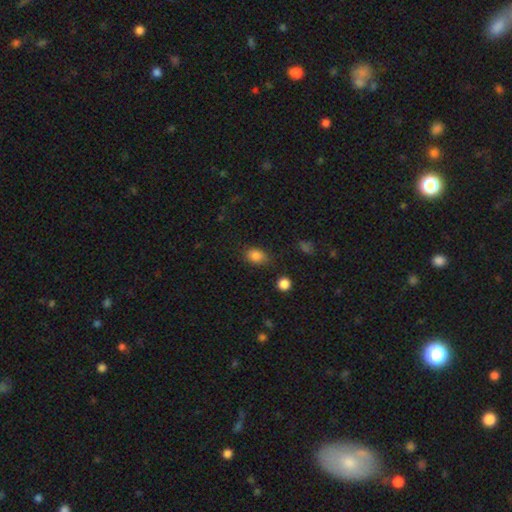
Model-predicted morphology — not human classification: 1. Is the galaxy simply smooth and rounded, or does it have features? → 84% smooth, 11% star or artifact, 6% featured or disk.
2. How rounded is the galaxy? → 66% in between, 33% round, 1% cigar-shaped.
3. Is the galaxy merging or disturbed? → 76% none, 17% minor disturbance, 4% major disturbance, 3% merger.